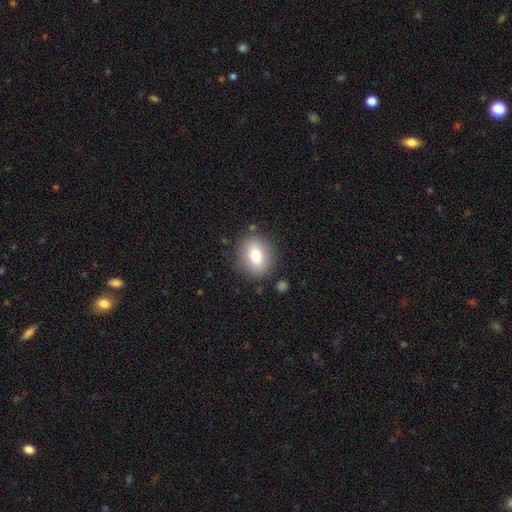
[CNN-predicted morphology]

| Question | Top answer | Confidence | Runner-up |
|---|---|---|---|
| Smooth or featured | smooth | 77% | featured or disk (14%) |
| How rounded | round | 60% | in between (39%) |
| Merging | none | 84% | minor disturbance (10%) |